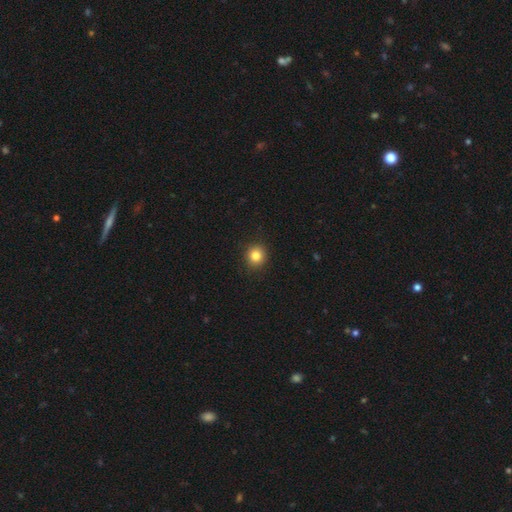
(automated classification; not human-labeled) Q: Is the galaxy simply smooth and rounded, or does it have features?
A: smooth — 83%.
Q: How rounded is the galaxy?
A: round — 90%.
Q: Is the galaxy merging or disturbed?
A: none — 92%.